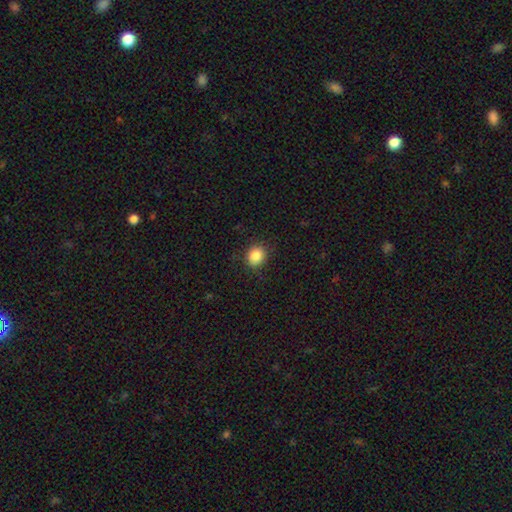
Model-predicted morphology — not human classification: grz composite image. It shows a smooth galaxy with no disk features (86%) that is round (76%). Merging: none (86%).